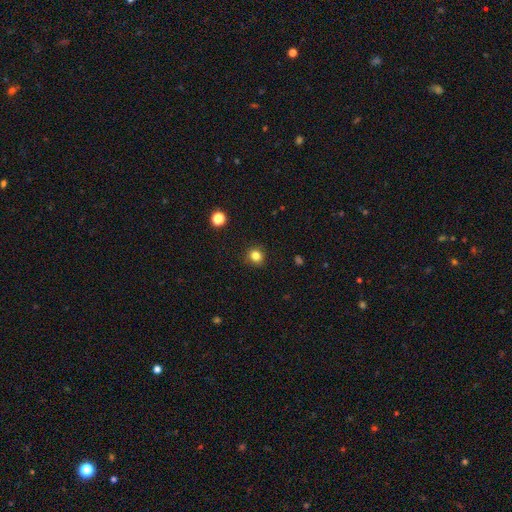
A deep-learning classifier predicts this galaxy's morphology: Overall: smooth (82%). How rounded: round (88%). Merging: none (91%).